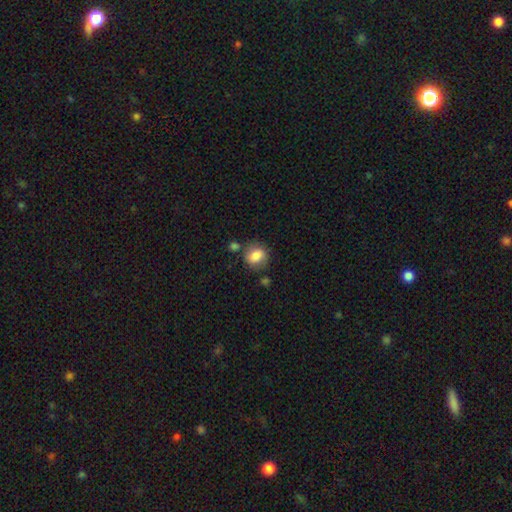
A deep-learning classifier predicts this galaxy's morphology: Overall: smooth (78%). How rounded: round (64%; in between 35%). Merging: none (68%).